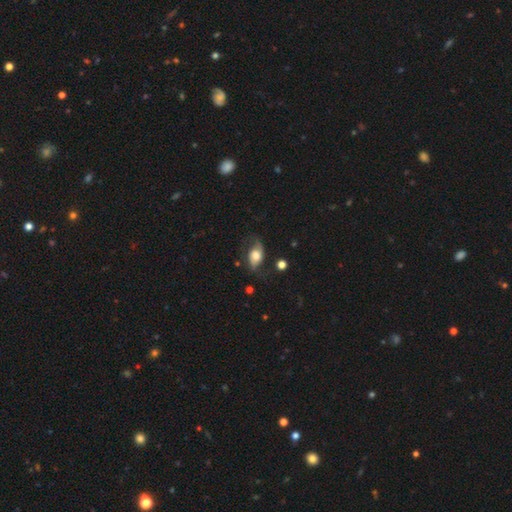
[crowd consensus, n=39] This appears to be a smooth galaxy with no disk features (62%) that is in between round and cigar-shaped (96%). Merging: none (50%).